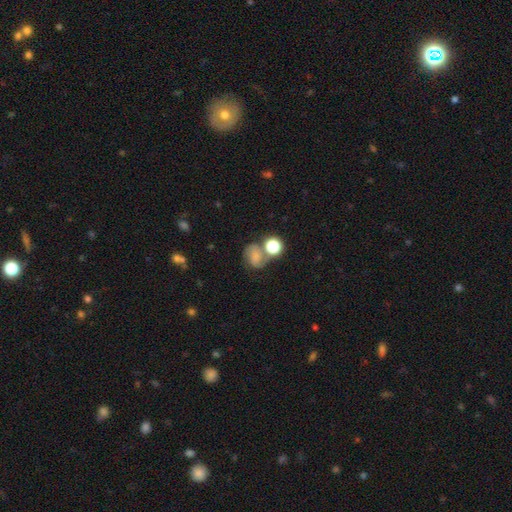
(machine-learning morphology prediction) smooth_or_featured: smooth (p=0.48) [alt: featured or disk p=0.36]
merging: none (p=0.45) [alt: merger p=0.24]